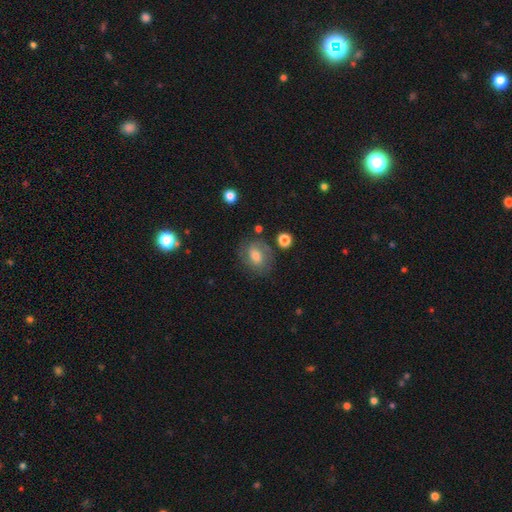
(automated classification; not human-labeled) Smooth or featured: smooth — 49% (featured or disk — 42%)
Merging: none — 69% (minor disturbance — 19%)